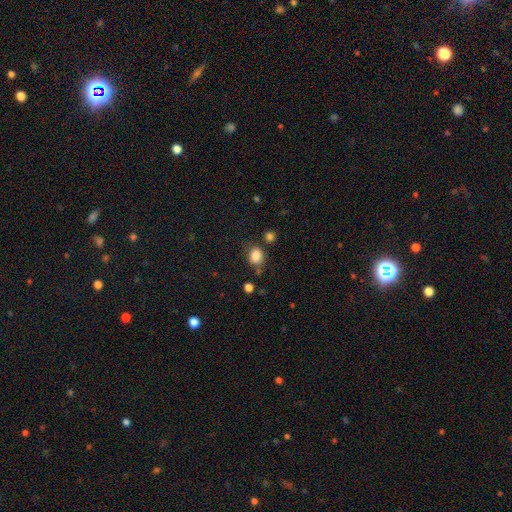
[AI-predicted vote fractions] Smooth or featured? smooth (85%)
How rounded? in between (51%)
Merging? none (69%)